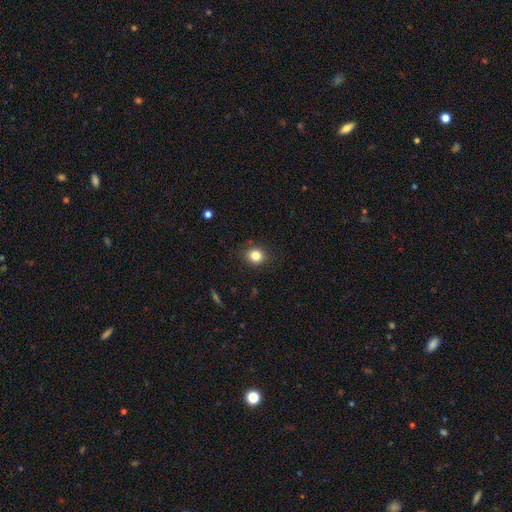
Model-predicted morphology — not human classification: A smooth galaxy with no disk features (82%) that is round (77%). Merging: none (86%).